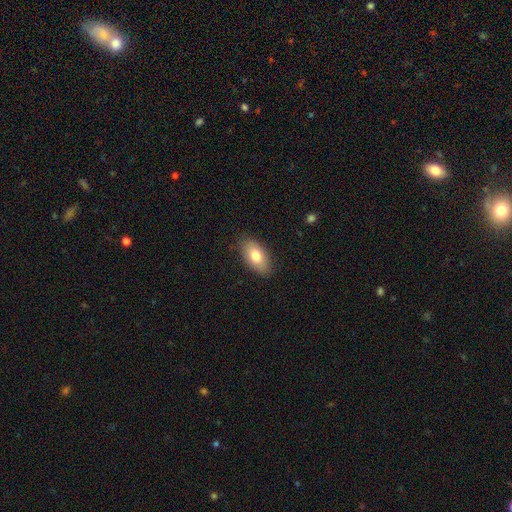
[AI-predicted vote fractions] smooth-or-featured: smooth: 79% | featured or disk: 14% | star or artifact: 7%
  how-rounded: in between: 93% | round: 4% | cigar-shaped: 3%
  merging: none: 85% | minor disturbance: 11% | major disturbance: 2% | merger: 1%